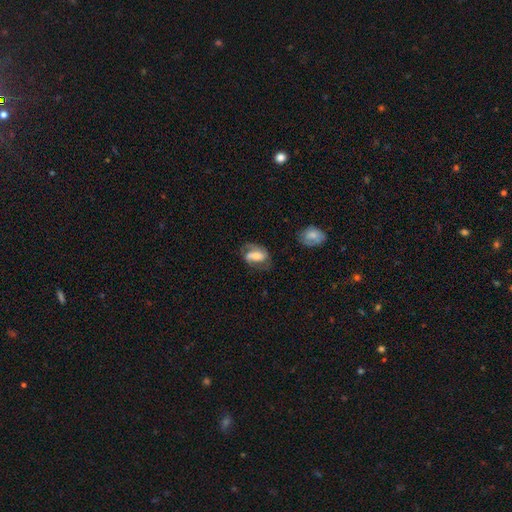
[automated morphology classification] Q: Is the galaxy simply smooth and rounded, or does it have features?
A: featured or disk — 60%.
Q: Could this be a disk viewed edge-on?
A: no — 95%.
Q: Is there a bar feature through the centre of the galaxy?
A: weak — 36%.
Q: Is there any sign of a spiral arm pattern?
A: yes — 84%.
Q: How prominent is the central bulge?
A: moderate — 46%.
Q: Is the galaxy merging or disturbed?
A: none — 61%.